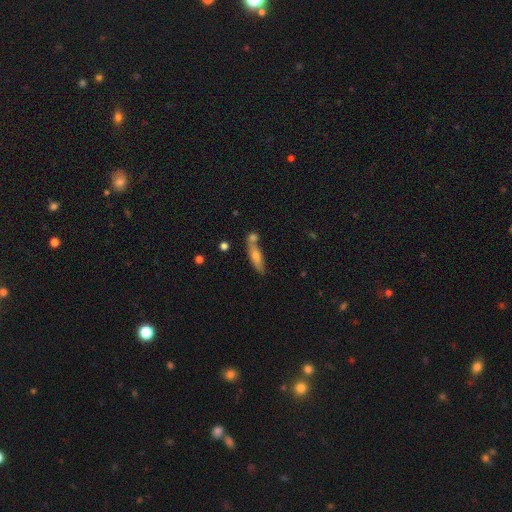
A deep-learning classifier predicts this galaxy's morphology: Q: Smooth or featured?
A: smooth (61%); runner-up: featured or disk (32%)
Q: How rounded?
A: cigar-shaped (67%); runner-up: in between (31%)
Q: Merging?
A: none (59%); runner-up: merger (24%)